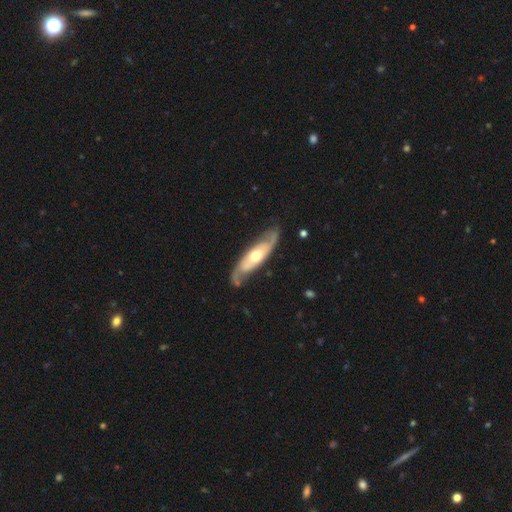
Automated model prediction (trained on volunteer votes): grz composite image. It shows a featured or disk galaxy (78%) with no bar (69%), 2 (83%) medium (40%) spiral arms (86%) and a moderate central bulge (72%). Merging: none (75%).